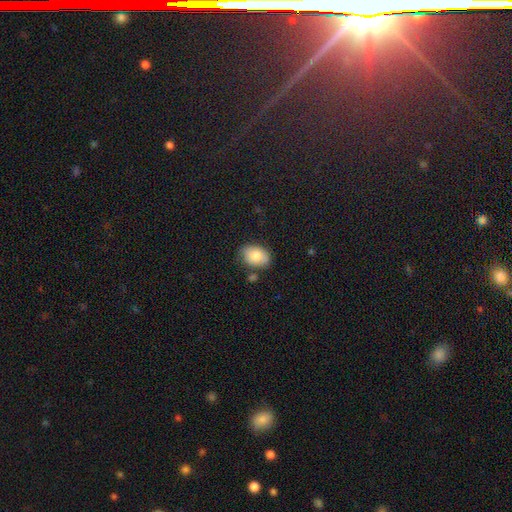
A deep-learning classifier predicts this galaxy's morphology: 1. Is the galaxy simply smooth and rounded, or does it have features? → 79% smooth, 13% featured or disk, 7% star or artifact.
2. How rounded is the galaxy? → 81% in between, 18% round, 1% cigar-shaped.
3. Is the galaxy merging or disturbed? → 74% none, 18% minor disturbance, 5% merger, 3% major disturbance.